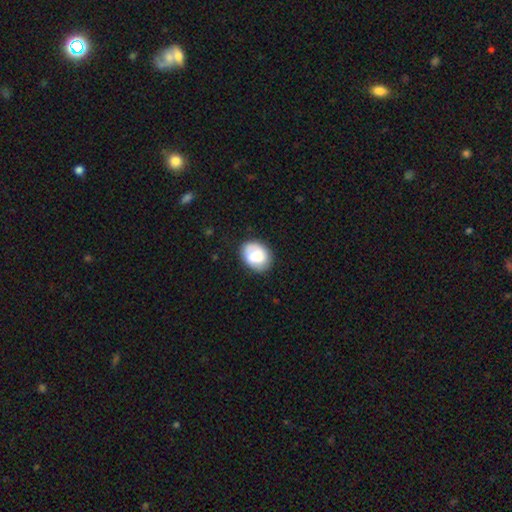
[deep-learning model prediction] smooth_or_featured: smooth (p=0.77) [alt: featured or disk p=0.15]
how_rounded: in between (p=0.65) [alt: round p=0.34]
merging: none (p=0.77) [alt: minor disturbance p=0.17]